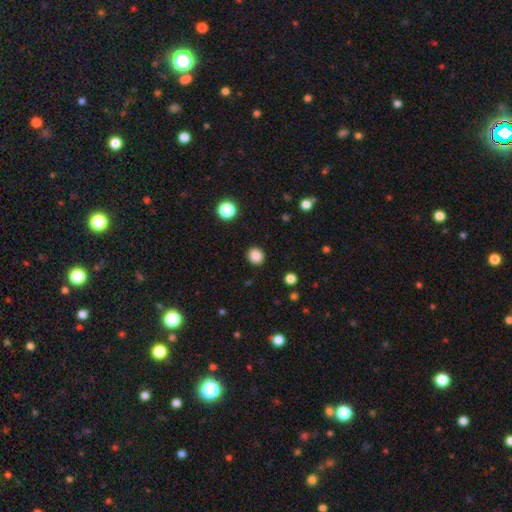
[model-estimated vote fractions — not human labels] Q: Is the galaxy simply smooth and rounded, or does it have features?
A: smooth — 86%.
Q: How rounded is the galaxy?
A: round — 76%.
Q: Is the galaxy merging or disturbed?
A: none — 90%.